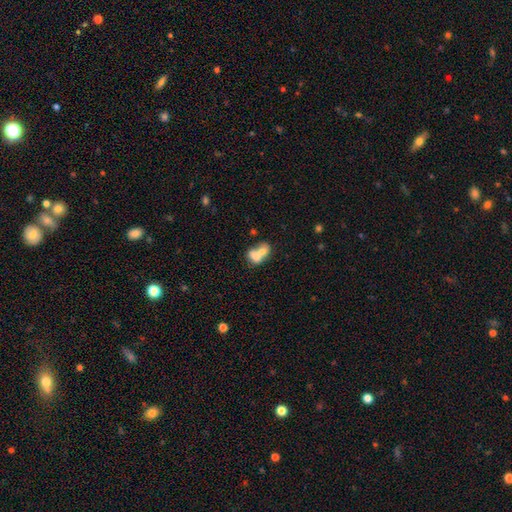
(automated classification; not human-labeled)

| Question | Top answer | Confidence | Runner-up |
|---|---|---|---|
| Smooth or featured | smooth | 70% | featured or disk (22%) |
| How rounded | in between | 70% | round (28%) |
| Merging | merger | 74% | none (16%) |